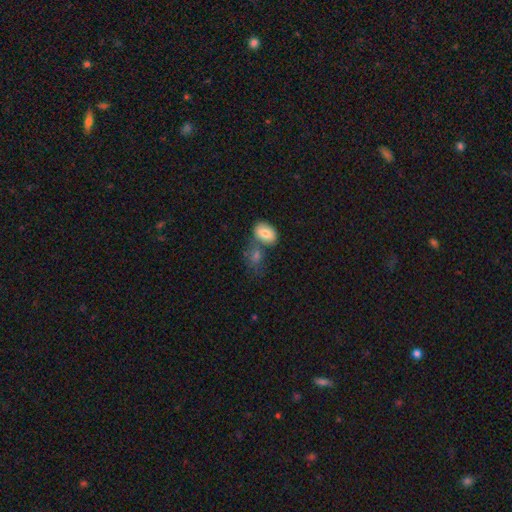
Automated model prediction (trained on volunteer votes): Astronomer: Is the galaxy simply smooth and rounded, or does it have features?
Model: smooth — 70%.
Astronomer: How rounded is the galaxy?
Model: in between — 73%.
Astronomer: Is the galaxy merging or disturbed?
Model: none — 44% (runner-up: merger, 36%).